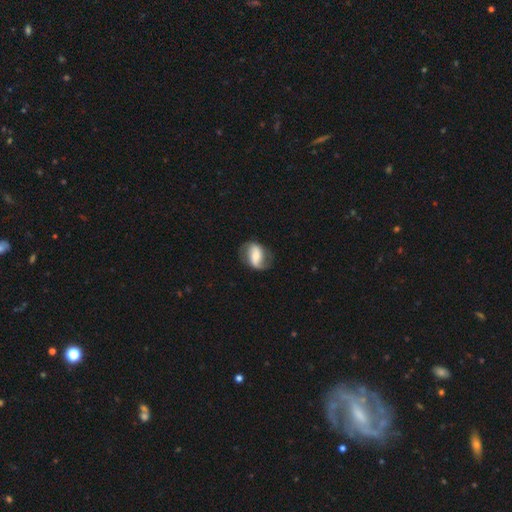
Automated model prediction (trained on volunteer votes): smooth-or-featured: featured or disk: 67% | smooth: 27% | star or artifact: 7%
  disk-edge-on: no: 96% | yes: 4%
    bar: strong: 42% | weak: 33% | no: 25%
    has-spiral-arms: yes: 88% | no: 12%
      spiral-winding: loose: 49% | medium: 35% | tight: 16%
      spiral-arm-count: 2: 86% | 1: 6% | can't tell: 5% | 3: 1% | 4: 1% | more than 4: 1%
    bulge-size: moderate: 43% | small: 33% | large: 15% | none: 6% | dominant: 3%
  merging: none: 73% | minor disturbance: 17% | major disturbance: 9% | merger: 1%